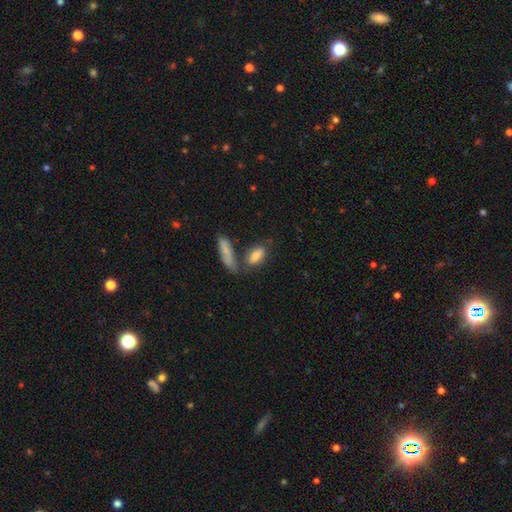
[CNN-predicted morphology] Smooth or featured: smooth — 80% (featured or disk — 12%)
How rounded: in between — 71% (cigar-shaped — 25%)
Merging: none — 52% (merger — 28%)